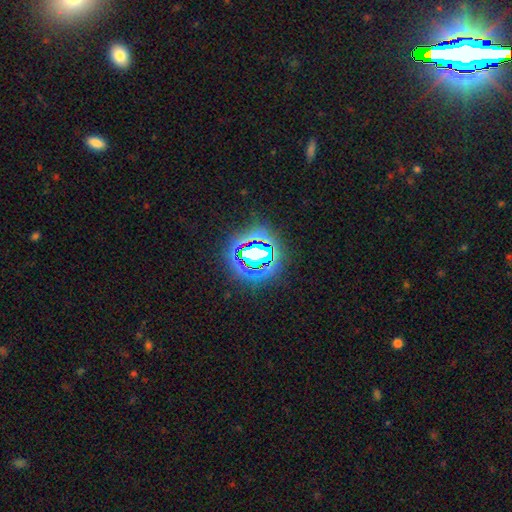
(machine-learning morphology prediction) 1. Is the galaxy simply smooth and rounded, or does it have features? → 69% star or artifact, 18% smooth, 13% featured or disk.